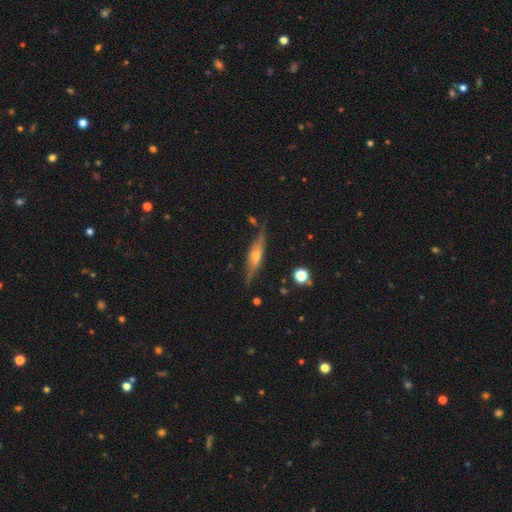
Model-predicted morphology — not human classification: Overall: featured or disk (71%). Edge-on disk: yes (93%). Edge-on bulge: rounded (76%). Merging: none (79%).